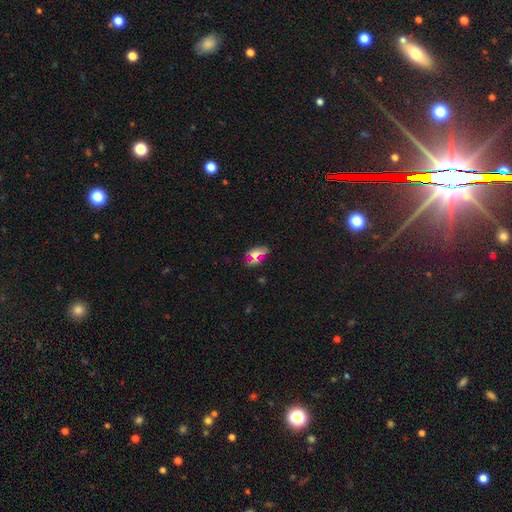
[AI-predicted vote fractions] Overall: smooth (57%; featured or disk 21%). How rounded: in between (82%). Merging: none (70%).